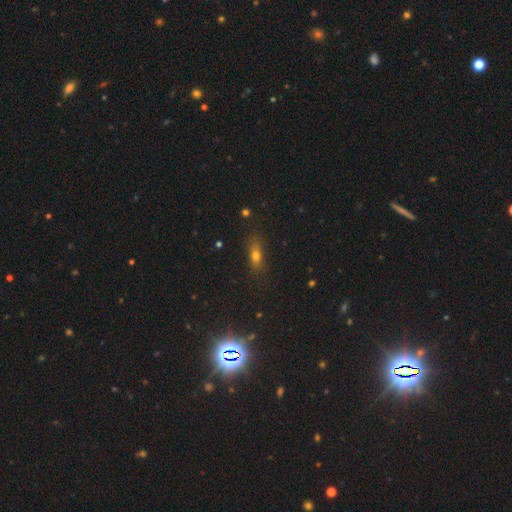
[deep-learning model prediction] Morphology: type=smooth (65%); roundness=in between (56%); merging=none (76%).